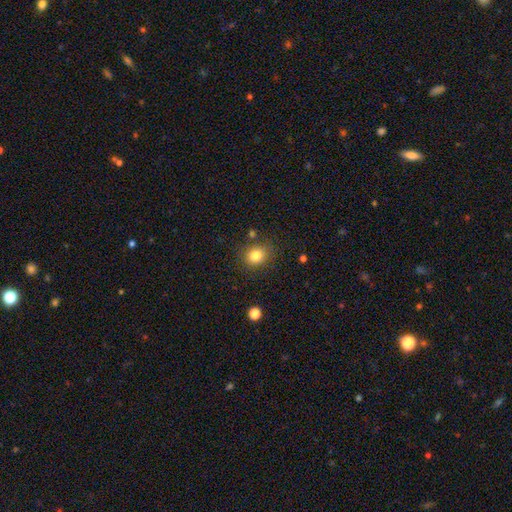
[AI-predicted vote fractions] Smooth or featured? smooth (82%)
How rounded? round (70%)
Merging? none (81%)